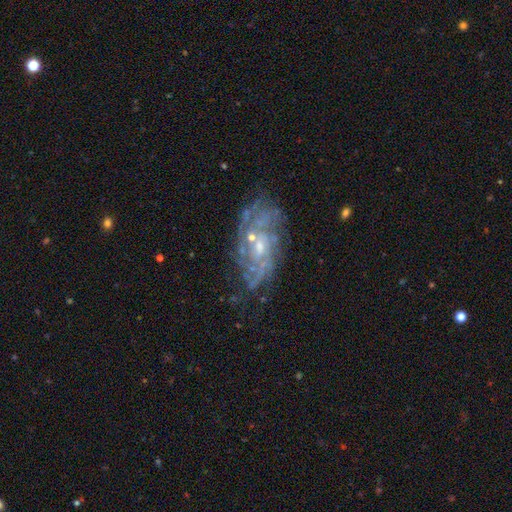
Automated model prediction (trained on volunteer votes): This appears to be a featured or disk galaxy (68%) with no bar (62%), tight (44%) spiral arms (79%) and a small central bulge (61%). Merging: none (71%).